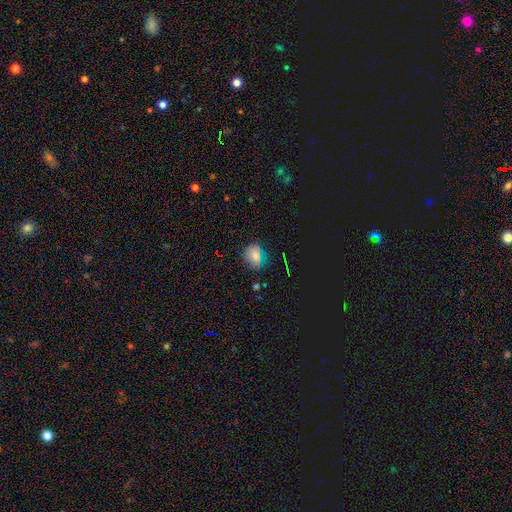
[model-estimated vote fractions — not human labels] smooth_or_featured: smooth (p=0.64) [alt: star or artifact p=0.28]
how_rounded: round (p=0.60) [alt: in between p=0.38]
merging: none (p=0.76) [alt: minor disturbance p=0.17]